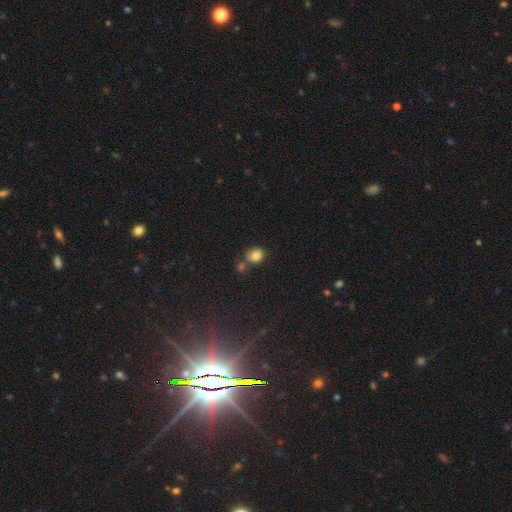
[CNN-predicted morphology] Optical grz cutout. It shows a smooth galaxy with no disk features (81%) that is round (58%). Merging: none (59%).